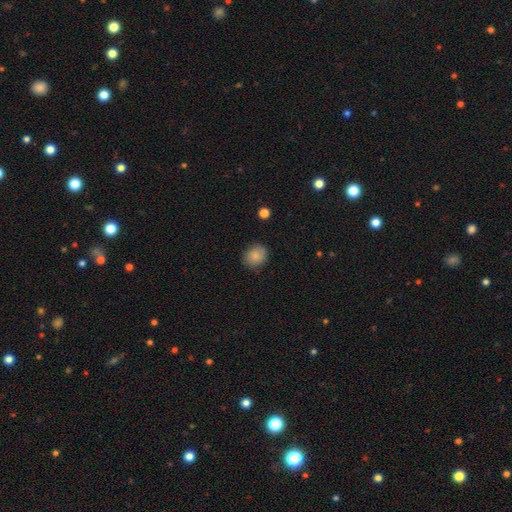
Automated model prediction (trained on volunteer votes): smooth-or-featured: smooth: 85% | star or artifact: 8% | featured or disk: 6%
  how-rounded: round: 70% | in between: 29% | cigar-shaped: 1%
  merging: none: 84% | minor disturbance: 12% | major disturbance: 3% | merger: 1%